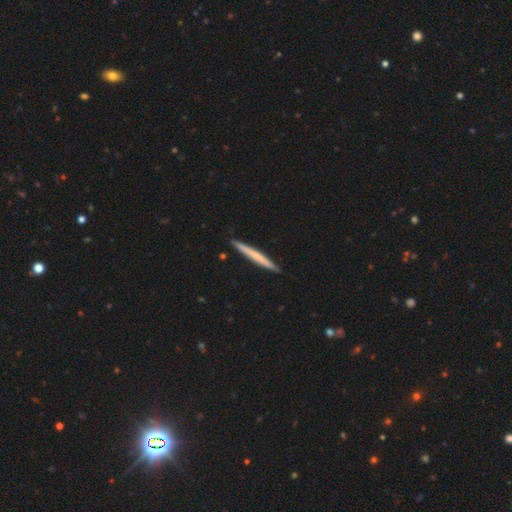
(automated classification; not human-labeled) This is possibly a smooth galaxy (57%). How rounded: clearly cigar-shaped (97%). Merging: clearly none (91%).